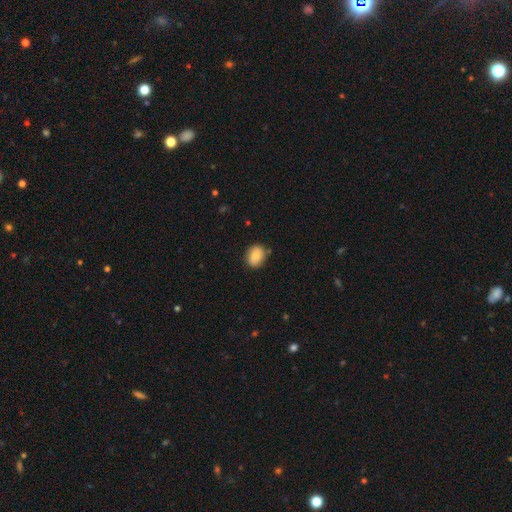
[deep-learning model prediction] This appears to be a smooth galaxy with no disk features (85%) that is in between round and cigar-shaped (59%). Merging: none (81%).